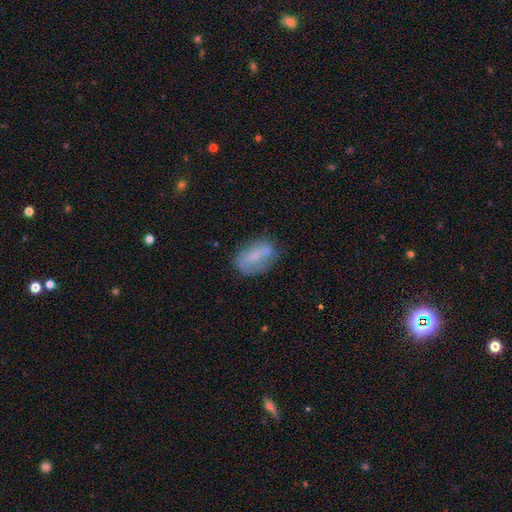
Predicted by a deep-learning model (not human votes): Q: Smooth or featured?
A: smooth (52%); runner-up: featured or disk (40%)
Q: How rounded?
A: in between (86%); runner-up: round (10%)
Q: Merging?
A: none (59%); runner-up: minor disturbance (25%)